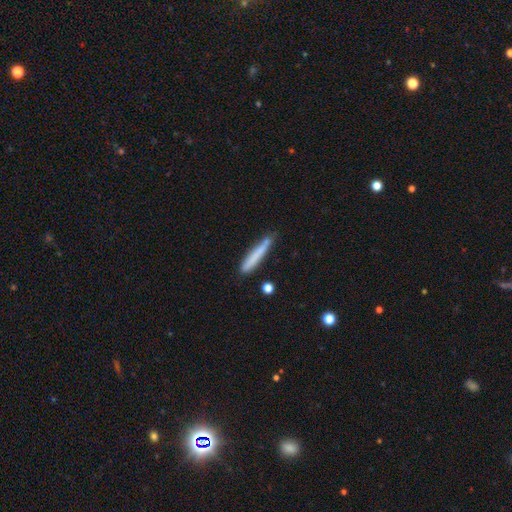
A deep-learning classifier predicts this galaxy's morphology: smooth 74%, featured or disk 20%, star or artifact 7%. Down the decision tree: how rounded — cigar-shaped (95%); merging — none (74%).